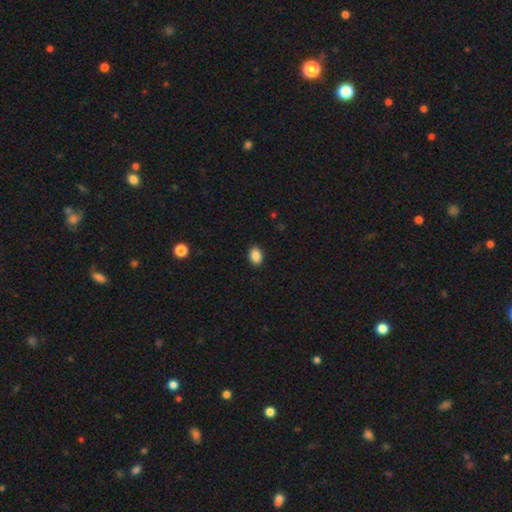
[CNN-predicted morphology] smooth-or-featured: smooth: 88% | star or artifact: 8% | featured or disk: 4%
  how-rounded: in between: 81% | round: 18% | cigar-shaped: 1%
  merging: none: 90% | minor disturbance: 7% | major disturbance: 2% | merger: 1%